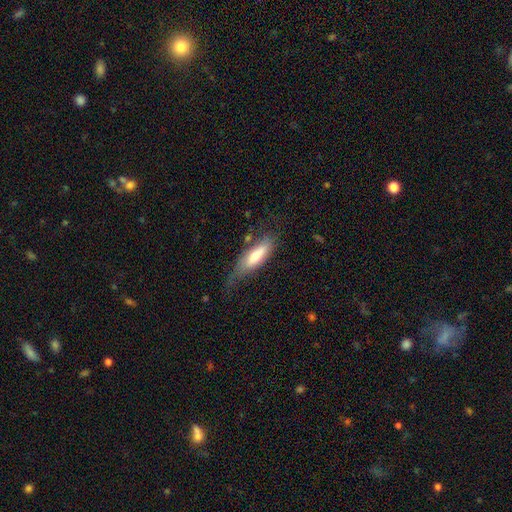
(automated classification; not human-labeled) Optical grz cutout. It shows a smooth galaxy with no disk features (62%) that is in between round and cigar-shaped (52%). Merging: none (43%).